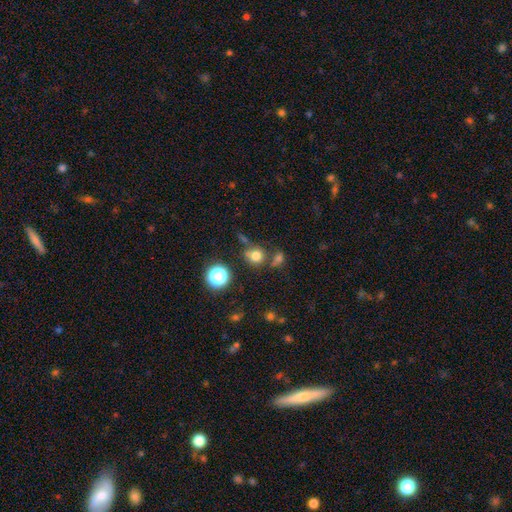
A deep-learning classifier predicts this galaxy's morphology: smooth_or_featured: smooth (p=0.74) [alt: star or artifact p=0.17]
how_rounded: round (p=0.83) [alt: in between p=0.16]
merging: none (p=0.64) [alt: merger p=0.17]